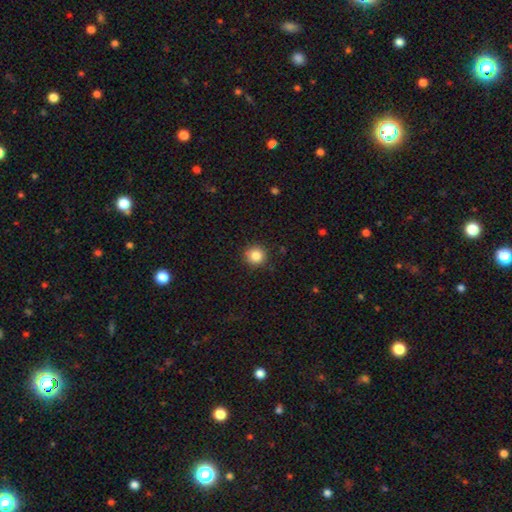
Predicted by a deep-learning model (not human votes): Overall: smooth (84%). How rounded: round (94%). Merging: none (90%).